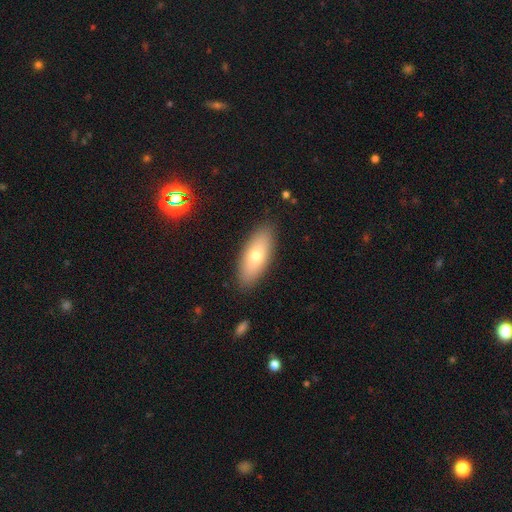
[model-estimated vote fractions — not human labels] The model was most divided on "smooth or featured": smooth: 70%, featured or disk: 23%, star or artifact: 7%. More confident: merging — none (88%); how rounded — in between (77%).